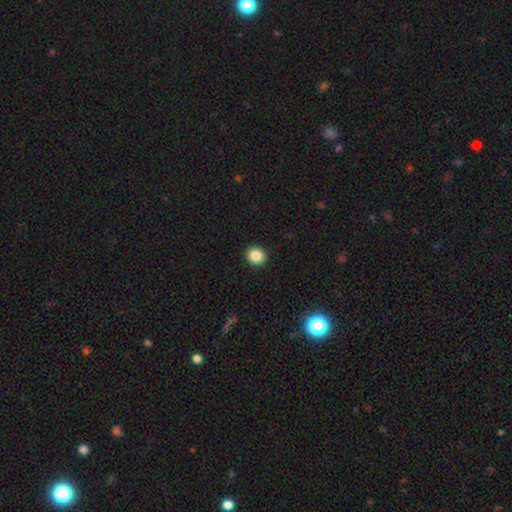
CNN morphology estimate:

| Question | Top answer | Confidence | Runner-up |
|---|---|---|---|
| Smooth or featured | smooth | 86% | star or artifact (10%) |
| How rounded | round | 82% | in between (17%) |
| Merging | none | 93% | minor disturbance (5%) |